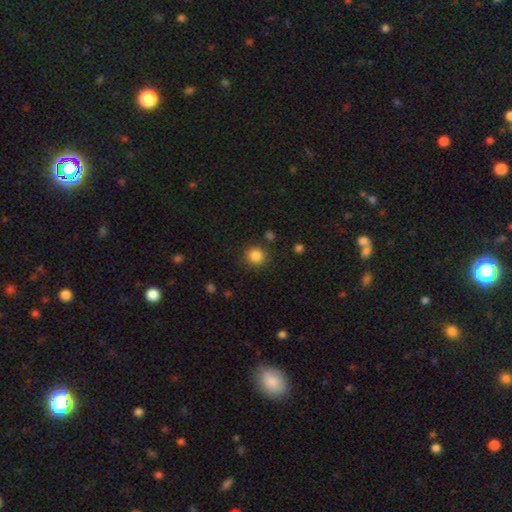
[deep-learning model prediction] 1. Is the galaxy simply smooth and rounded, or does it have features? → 85% smooth, 11% star or artifact, 4% featured or disk.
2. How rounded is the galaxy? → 91% round, 8% in between, 1% cigar-shaped.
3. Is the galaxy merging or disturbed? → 87% none, 8% minor disturbance, 3% major disturbance, 3% merger.